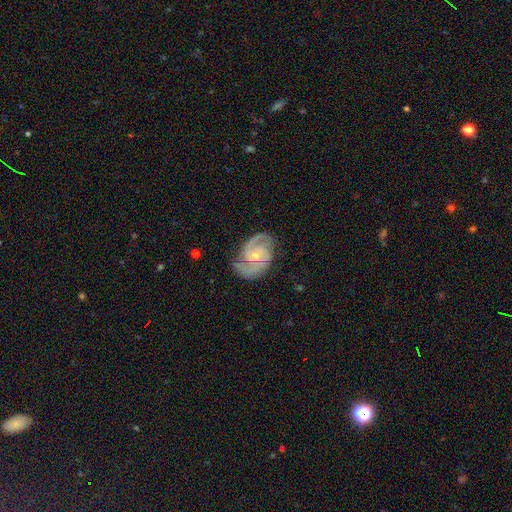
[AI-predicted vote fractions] Q: Smooth or featured?
A: featured or disk (92%); runner-up: star or artifact (4%)
Q: Edge-on disk?
A: no (98%); runner-up: yes (2%)
Q: Bar?
A: no (62%); runner-up: weak (31%)
Q: Spiral arms?
A: yes (98%); runner-up: no (2%)
Q: Spiral winding?
A: medium (51%); runner-up: tight (41%)
Q: Spiral arm count?
A: 2 (79%); runner-up: 3 (12%)
Q: Bulge size?
A: small (63%); runner-up: moderate (33%)
Q: Merging?
A: none (78%); runner-up: minor disturbance (16%)